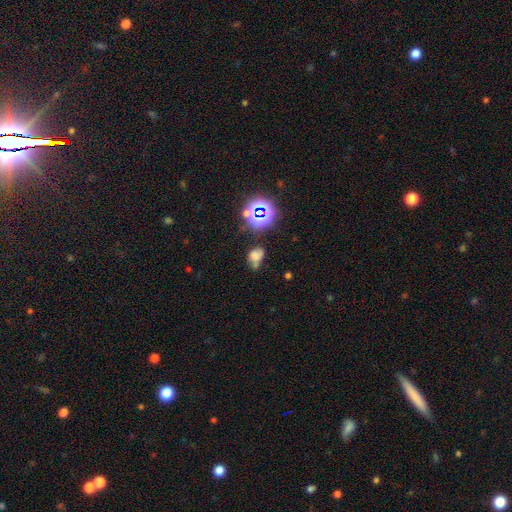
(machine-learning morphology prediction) Smooth or featured? smooth (56%)
How rounded? in between (63%)
Merging? none (37%)